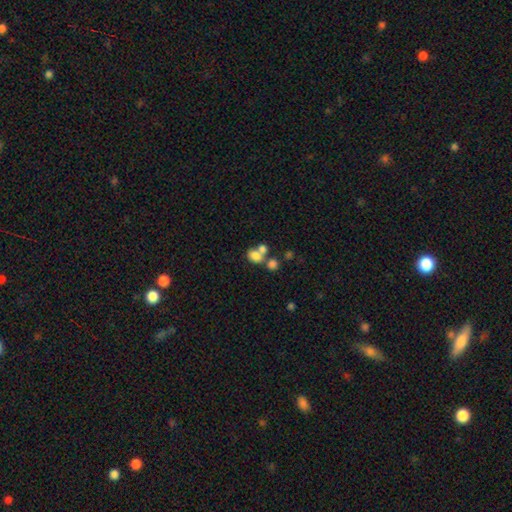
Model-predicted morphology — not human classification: This is likely a smooth galaxy (75%). How rounded: possibly in between (60%). Merging: possibly merger (52%).